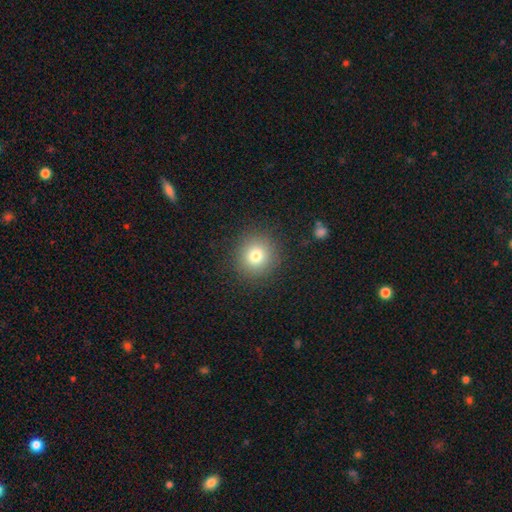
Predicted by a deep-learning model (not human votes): Smooth or featured: smooth — 78% (star or artifact — 13%)
How rounded: round — 93% (in between — 7%)
Merging: none — 89% (minor disturbance — 7%)